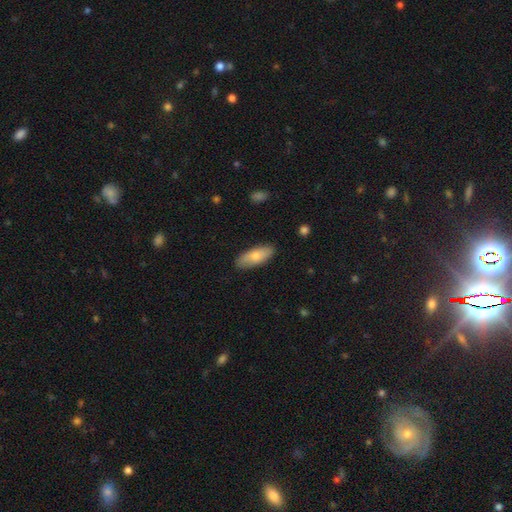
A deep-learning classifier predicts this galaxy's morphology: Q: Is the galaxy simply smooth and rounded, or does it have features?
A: smooth — 72%.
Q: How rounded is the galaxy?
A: in between — 73%.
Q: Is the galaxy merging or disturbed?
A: none — 87%.